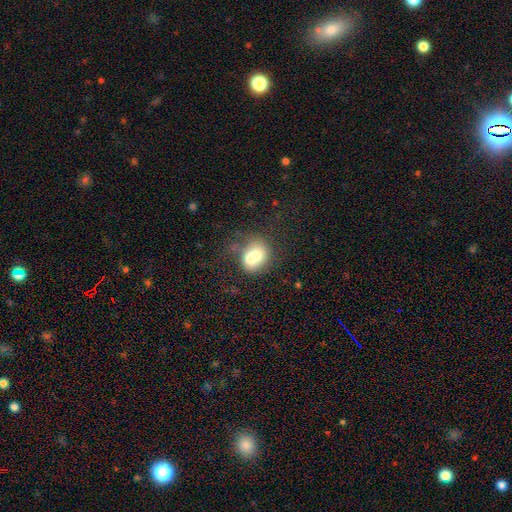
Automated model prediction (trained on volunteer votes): Smooth or featured?
  - smooth: 65% *
  - featured or disk: 26%
  - star or artifact: 9%
How rounded?
  - round: 59% *
  - in between: 40%
  - cigar-shaped: 1%
Merging?
  - merger: 57% *
  - none: 28%
  - minor disturbance: 10%
  - major disturbance: 6%